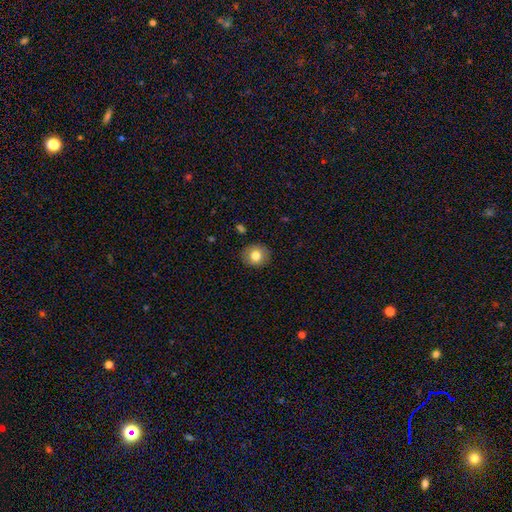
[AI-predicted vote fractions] A smooth galaxy with no disk features (81%) that is round (81%). Merging: none (88%).